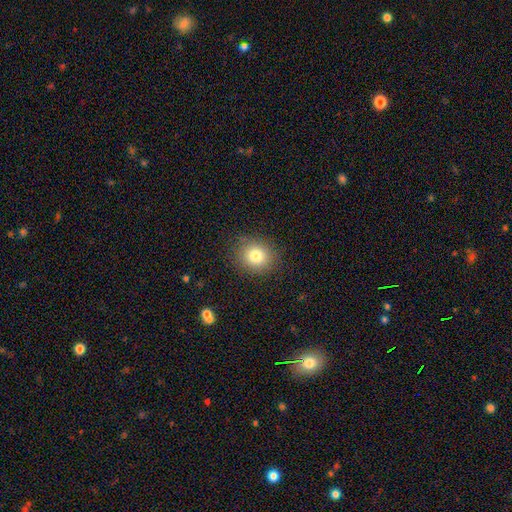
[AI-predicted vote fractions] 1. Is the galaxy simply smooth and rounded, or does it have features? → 79% smooth, 11% star or artifact, 9% featured or disk.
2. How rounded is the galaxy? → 75% round, 24% in between, 1% cigar-shaped.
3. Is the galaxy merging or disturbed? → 86% none, 9% minor disturbance, 3% major disturbance, 1% merger.